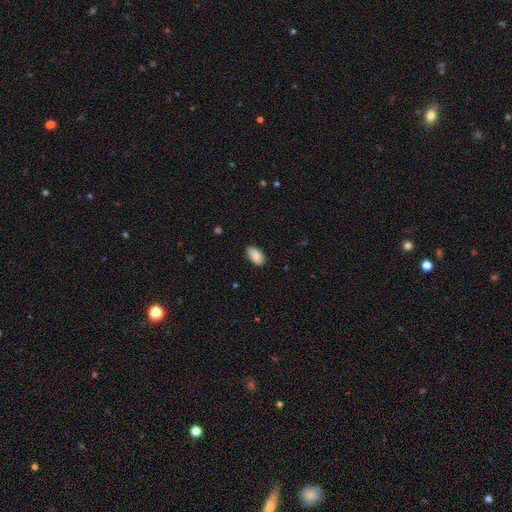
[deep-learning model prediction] smooth_or_featured: smooth (p=0.85) [alt: featured or disk p=0.09]
how_rounded: in between (p=0.94) [alt: round p=0.03]
merging: none (p=0.82) [alt: minor disturbance p=0.15]